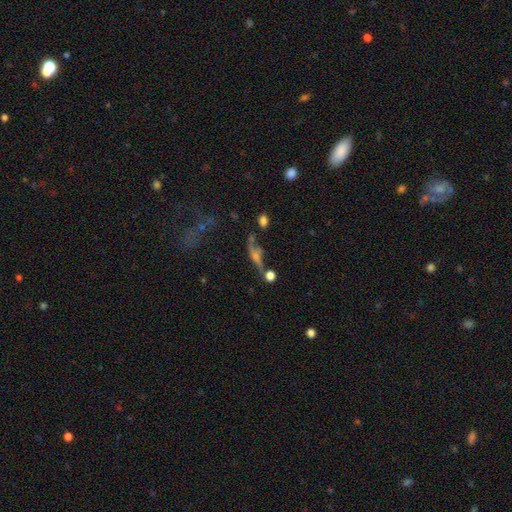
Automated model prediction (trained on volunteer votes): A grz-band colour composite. It shows a featured or disk galaxy (53%) viewed edge-on (58%). Merging: none (46%).